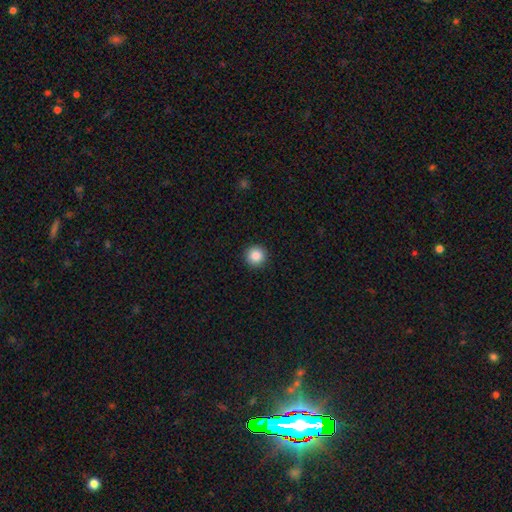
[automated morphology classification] type=smooth (88%); roundness=round (96%); merging=none (93%).